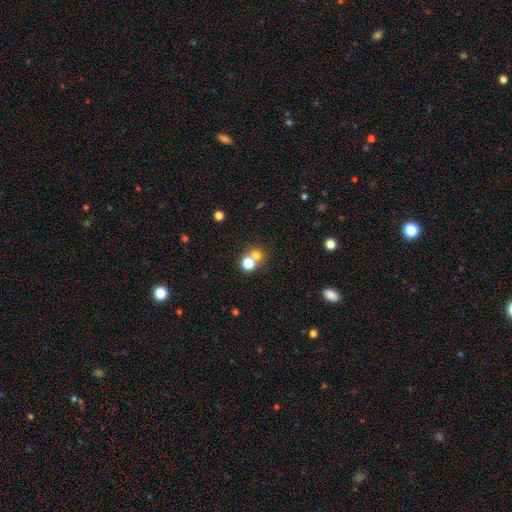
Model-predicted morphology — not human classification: A smooth galaxy with no disk features (71%) that is round (85%).

Vote fractions:
- Smooth or featured? smooth: 71% / star or artifact: 18% / featured or disk: 12%
- How rounded? round: 85% / in between: 14% / cigar-shaped: 1%
- Merging? none: 47% / merger: 45% / minor disturbance: 5% / major disturbance: 3%